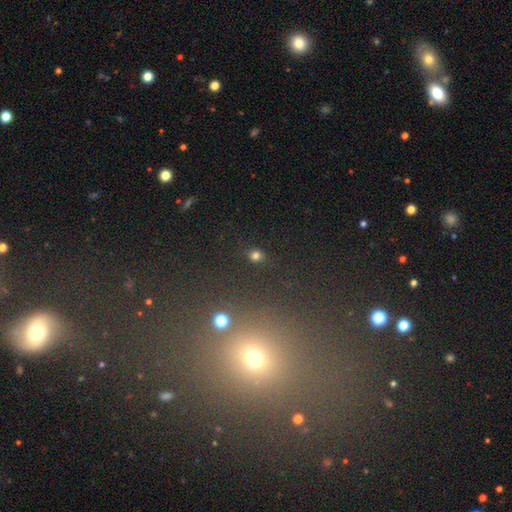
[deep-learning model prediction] Morphology: type=smooth (77%); roundness=round (71%); merging=none (86%).